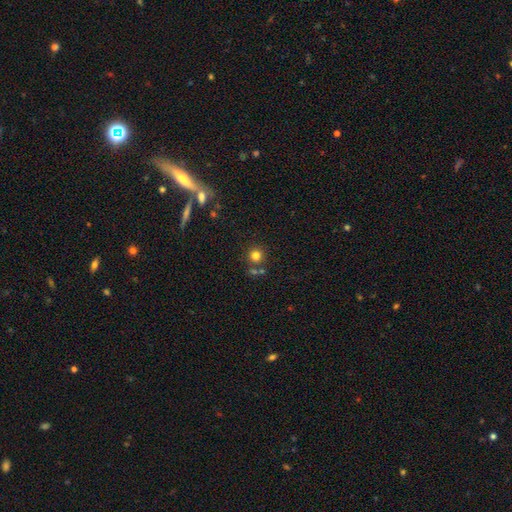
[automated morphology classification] Overall: smooth (79%). How rounded: round (92%). Merging: none (74%).